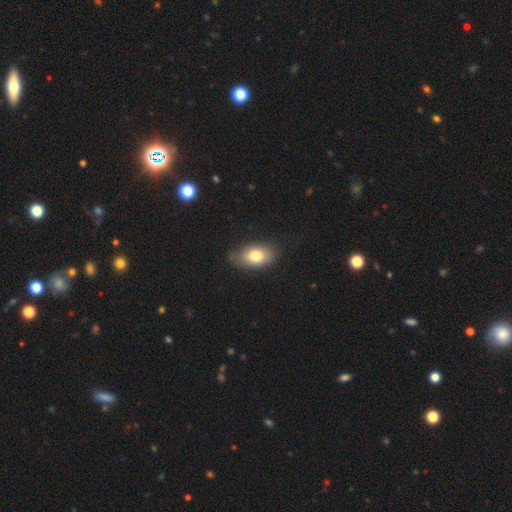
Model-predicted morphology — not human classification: smooth 76%, featured or disk 15%, star or artifact 8%. Down the decision tree: how rounded — in between (87%); merging — none (74%).